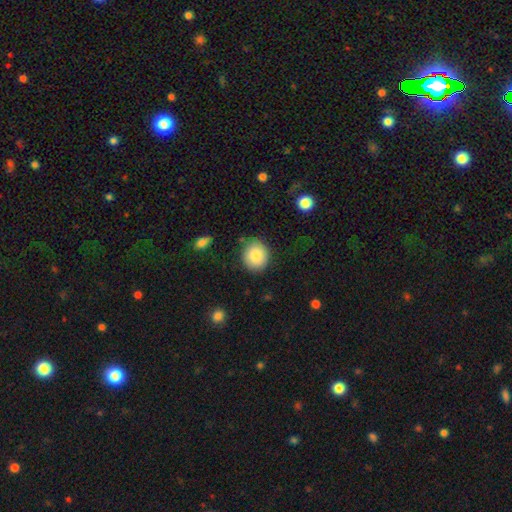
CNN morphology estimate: Overall: smooth (84%). How rounded: round (78%). Merging: none (85%).